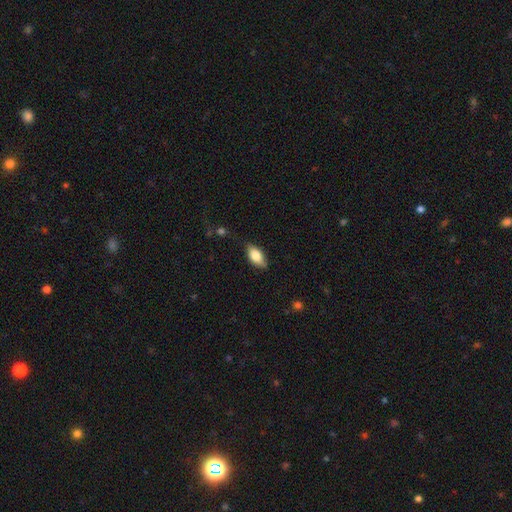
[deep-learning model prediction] smooth_or_featured: smooth (p=0.74) [alt: featured or disk p=0.19]
how_rounded: in between (p=0.88) [alt: cigar-shaped p=0.08]
merging: none (p=0.73) [alt: minor disturbance p=0.21]